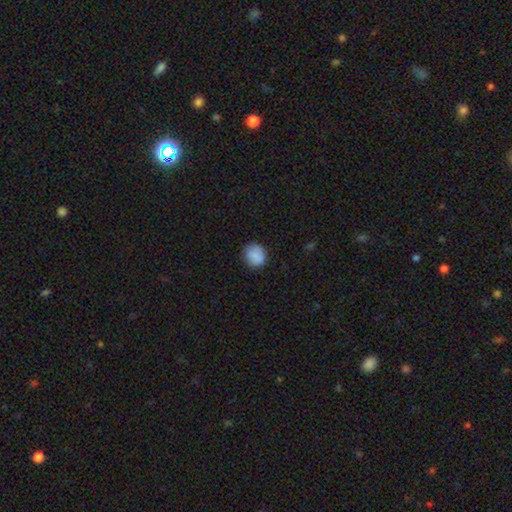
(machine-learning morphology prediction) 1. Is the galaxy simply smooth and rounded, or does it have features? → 85% smooth, 8% star or artifact, 7% featured or disk.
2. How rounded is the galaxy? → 83% round, 16% in between, 1% cigar-shaped.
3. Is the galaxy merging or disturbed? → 82% none, 14% minor disturbance, 3% major disturbance, 1% merger.